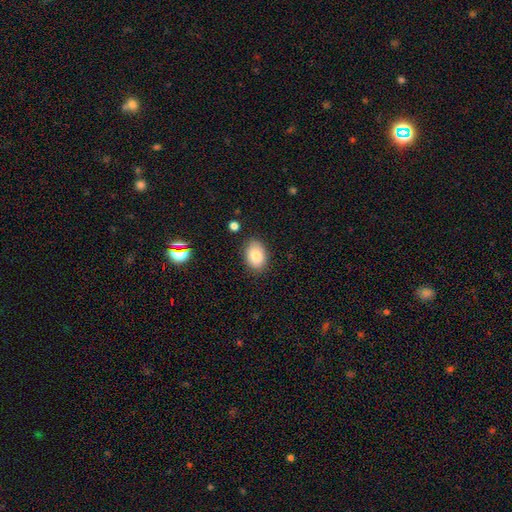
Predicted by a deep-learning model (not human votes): Smooth or featured? Predicted: smooth (p=0.84). How rounded? Predicted: in between (p=0.87). Merging? Predicted: none (p=0.83).